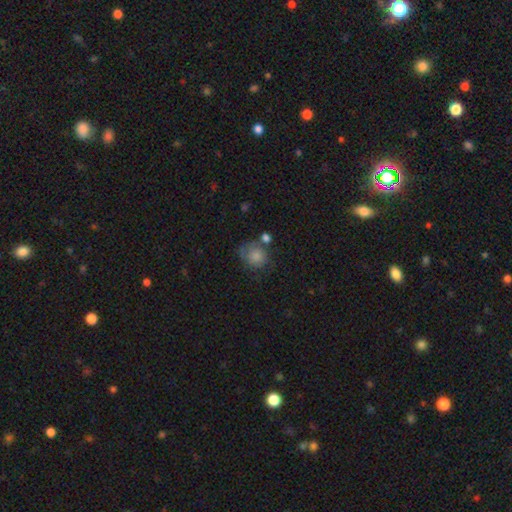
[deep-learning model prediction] A smooth galaxy with no disk features (78%) that is round (74%). Merging: none (46%).